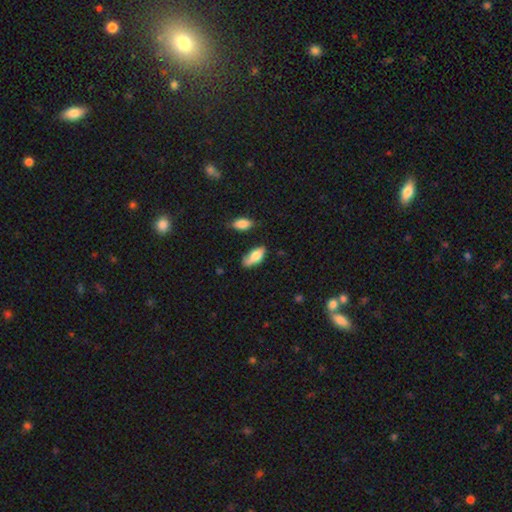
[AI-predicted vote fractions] Smooth or featured? Predicted: smooth (p=0.76). How rounded? Predicted: in between (p=0.86). Merging? Predicted: none (p=0.58).